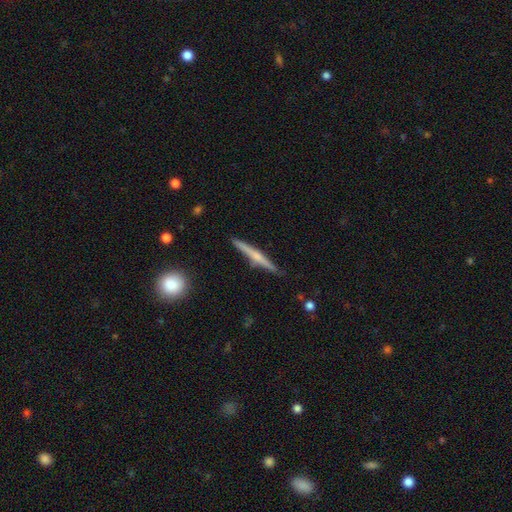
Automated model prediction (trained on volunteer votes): A featured or disk galaxy (62%) viewed edge-on (98%) with a rounded central bulge (67%).

Vote fractions:
- Smooth or featured? featured or disk: 62% / smooth: 32% / star or artifact: 6%
- Edge-on disk? yes: 98% / no: 2%
- Edge-on bulge? rounded: 67% / none: 24% / boxy: 9%
- Merging? none: 89% / minor disturbance: 8% / major disturbance: 1% / merger: 1%